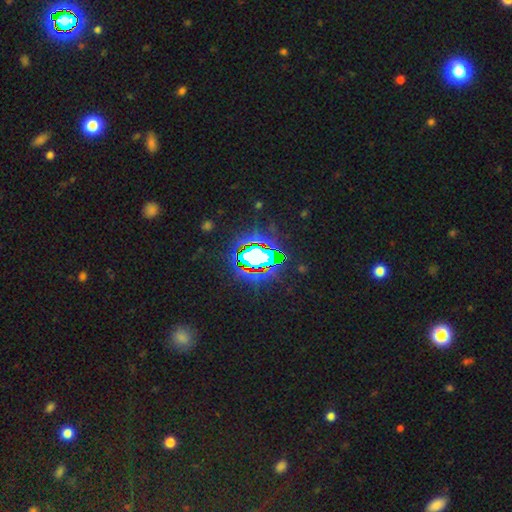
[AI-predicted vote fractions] Smooth or featured: star or artifact — 70% (smooth — 17%)